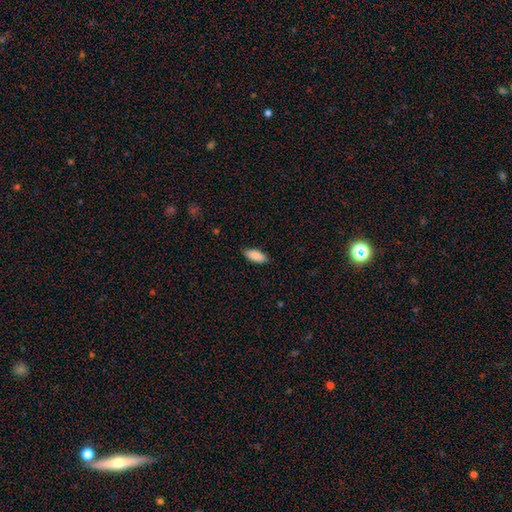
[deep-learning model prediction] This appears to be a smooth galaxy with no disk features (89%) that is in between round and cigar-shaped (85%). Merging: none (87%).